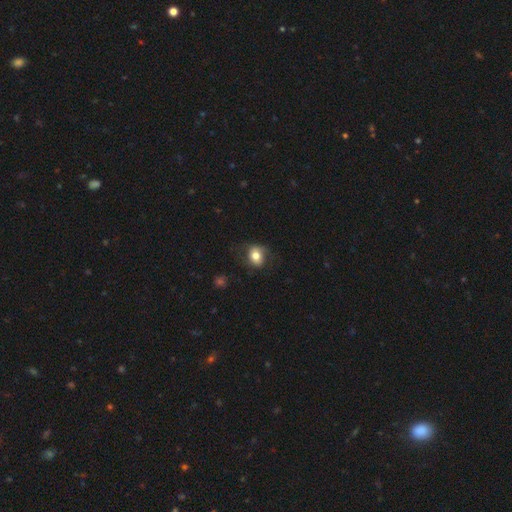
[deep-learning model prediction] smooth_or_featured: smooth (p=0.72) [alt: featured or disk p=0.19]
how_rounded: round (p=0.50) [alt: in between p=0.49]
merging: none (p=0.58) [alt: minor disturbance p=0.24]